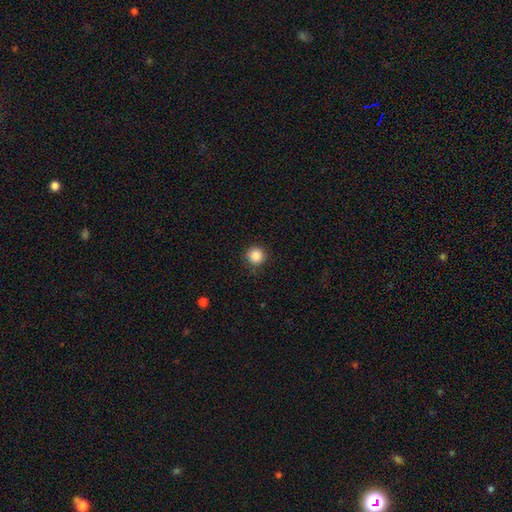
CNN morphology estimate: Overall: smooth (86%). How rounded: round (95%). Merging: none (88%).